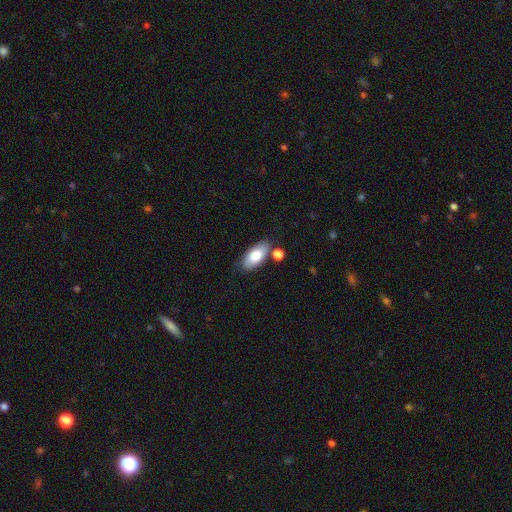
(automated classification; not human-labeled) smooth 80%, featured or disk 14%, star or artifact 6%. Down the decision tree: how rounded — in between (90%); merging — none (73%).